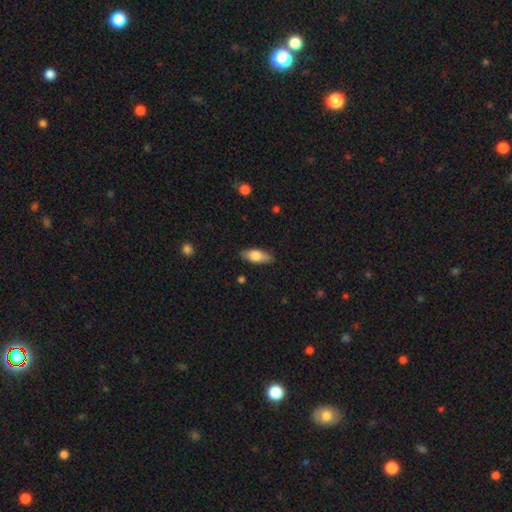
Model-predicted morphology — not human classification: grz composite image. It shows a smooth galaxy with no disk features (72%) that is in between round and cigar-shaped (75%). Merging: none (85%).